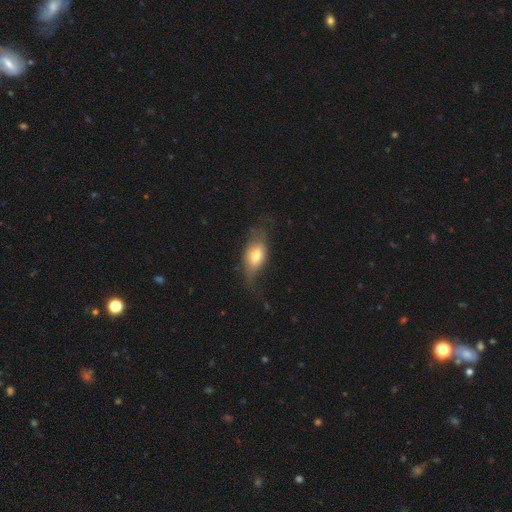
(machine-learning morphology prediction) Smooth or featured?
  - smooth: 61% *
  - featured or disk: 31%
  - star or artifact: 8%
How rounded?
  - in between: 84% *
  - cigar-shaped: 9%
  - round: 7%
Merging?
  - none: 51% *
  - minor disturbance: 30%
  - major disturbance: 17%
  - merger: 2%